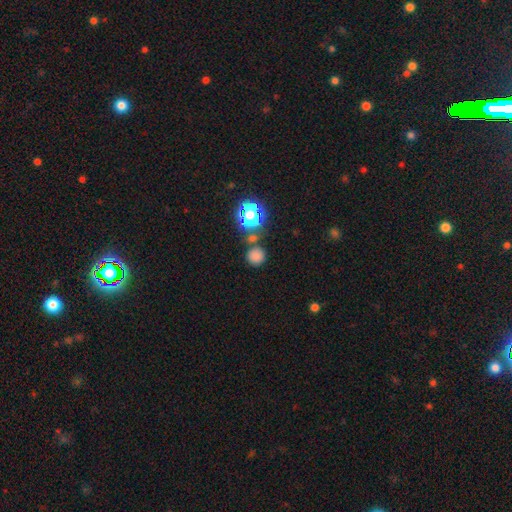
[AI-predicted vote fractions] This is likely a smooth galaxy (73%). How rounded: clearly round (90%). Merging: likely none (74%).